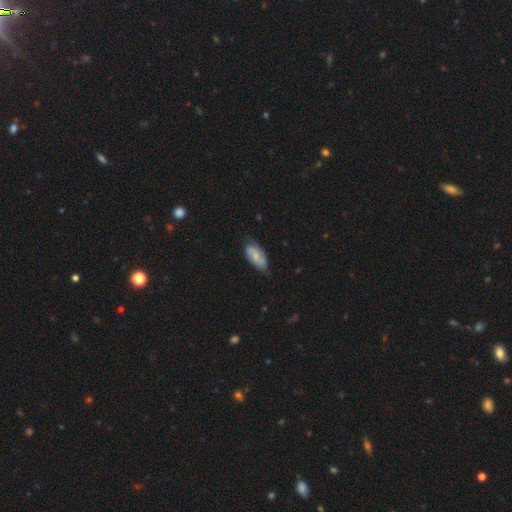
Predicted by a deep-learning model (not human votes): This is possibly a smooth galaxy (55%). How rounded: clearly in between (87%). Merging: likely none (65%).